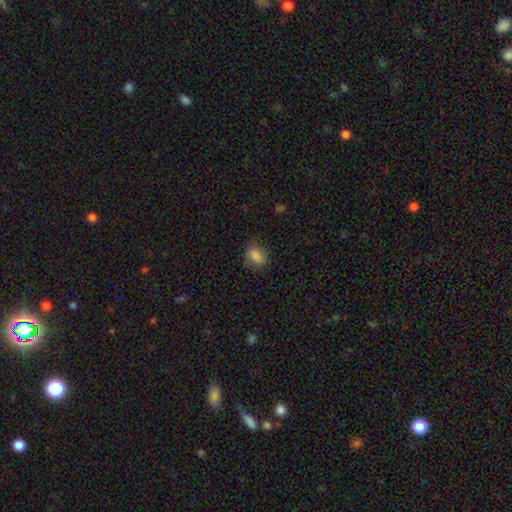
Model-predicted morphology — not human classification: A smooth galaxy with no disk features (83%) that is in between round and cigar-shaped (59%). Merging: none (75%).